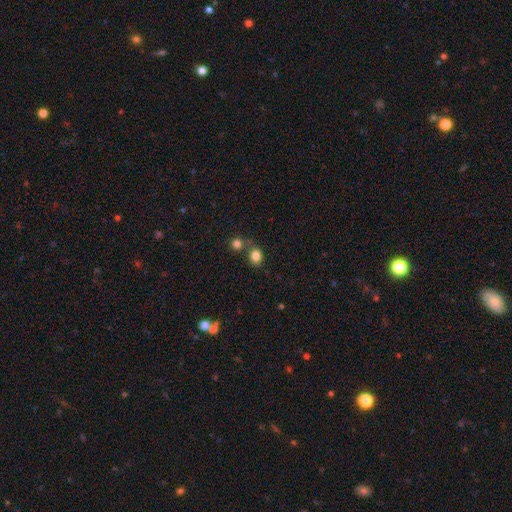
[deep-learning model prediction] Smooth or featured? smooth (82%)
How rounded? round (51%)
Merging? none (61%)